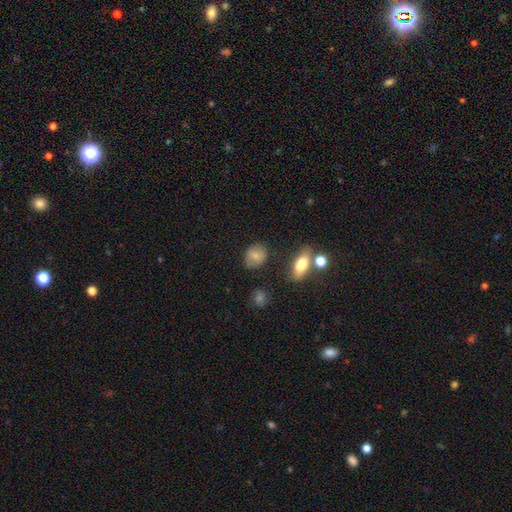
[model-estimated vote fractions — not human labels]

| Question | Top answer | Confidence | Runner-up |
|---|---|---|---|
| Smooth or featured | smooth | 77% | featured or disk (13%) |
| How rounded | round | 55% | in between (44%) |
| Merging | none | 78% | minor disturbance (14%) |